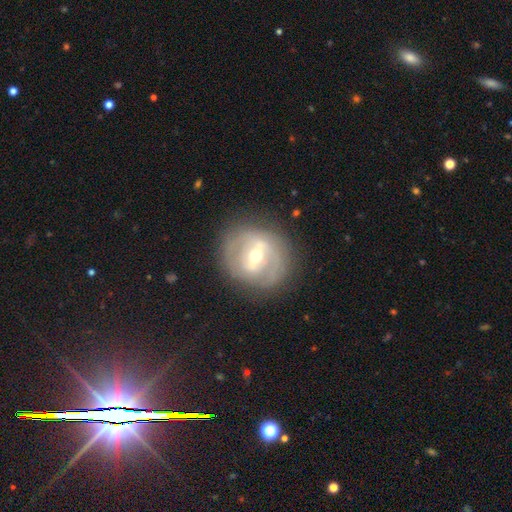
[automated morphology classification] type=featured or disk (73%); edge-on=no (95%); bar=strong (43%); spiral arms=yes (62%); bulge=moderate (59%); merging=none (78%).